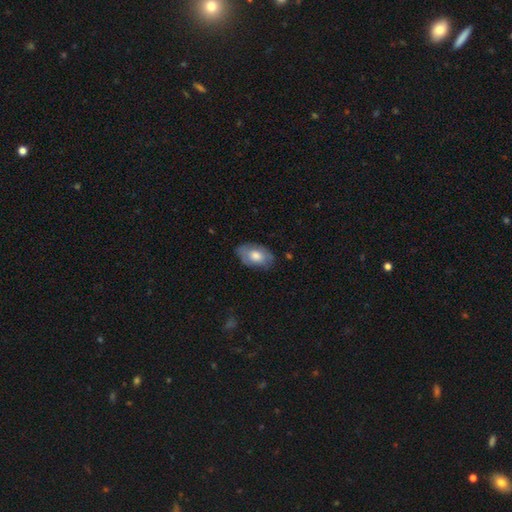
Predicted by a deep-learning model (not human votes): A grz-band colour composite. It shows a smooth galaxy with no disk features (69%) that is in between round and cigar-shaped (92%). Merging: none (74%).